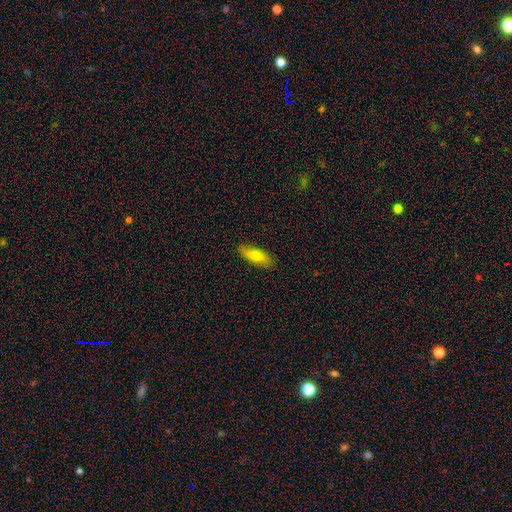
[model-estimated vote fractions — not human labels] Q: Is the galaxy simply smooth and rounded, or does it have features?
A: smooth — 72%.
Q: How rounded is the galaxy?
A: in between — 65%.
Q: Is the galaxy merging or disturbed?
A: none — 85%.